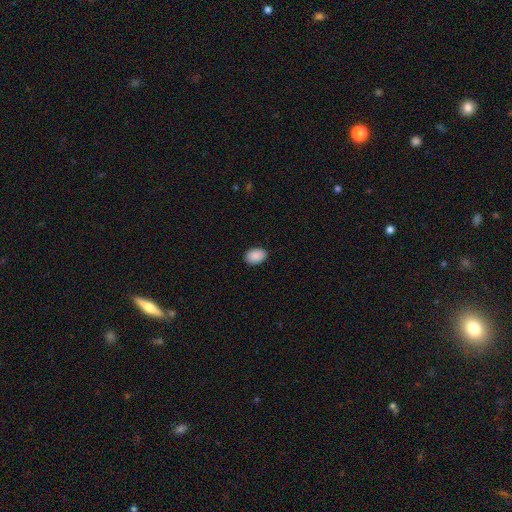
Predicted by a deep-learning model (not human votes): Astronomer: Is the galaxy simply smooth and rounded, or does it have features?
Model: smooth — 90%.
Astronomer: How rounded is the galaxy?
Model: in between — 85%.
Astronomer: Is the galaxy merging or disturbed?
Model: none — 87%.